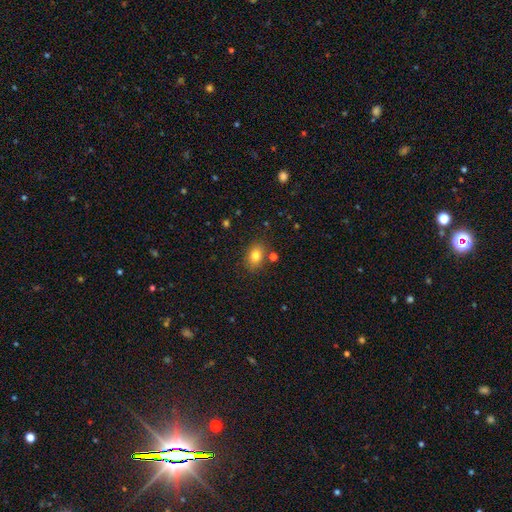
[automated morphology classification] Smooth or featured? Predicted: smooth (p=0.80). How rounded? Predicted: in between (p=0.66). Merging? Predicted: none (p=0.80).